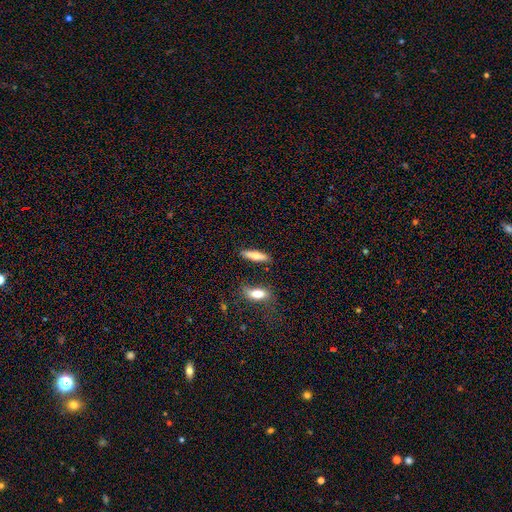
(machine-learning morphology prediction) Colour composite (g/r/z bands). It shows a smooth galaxy with no disk features (64%) that is cigar-shaped (68%). Merging: none (81%).